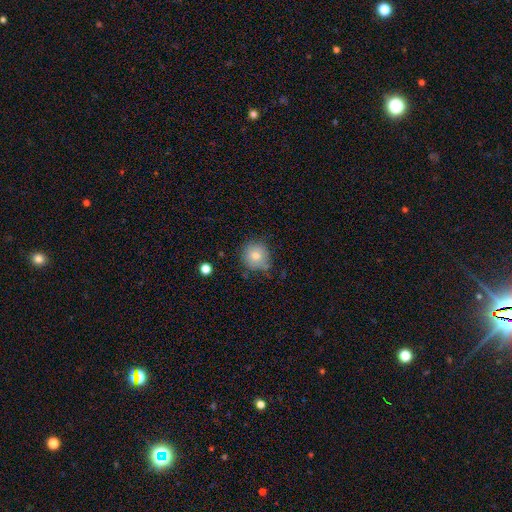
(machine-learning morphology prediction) This appears to be a smooth galaxy with no disk features (75%) that is round (92%). Merging: none (73%).